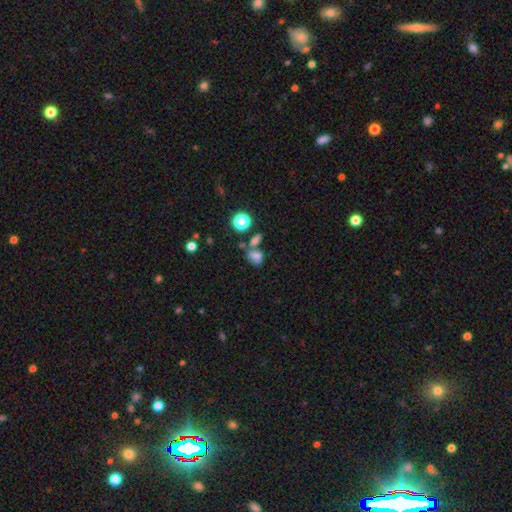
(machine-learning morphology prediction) Smooth or featured?
  - smooth: 68% *
  - star or artifact: 17%
  - featured or disk: 15%
How rounded?
  - in between: 66% *
  - round: 31%
  - cigar-shaped: 2%
Merging?
  - merger: 39% *
  - none: 34%
  - minor disturbance: 16%
  - major disturbance: 11%